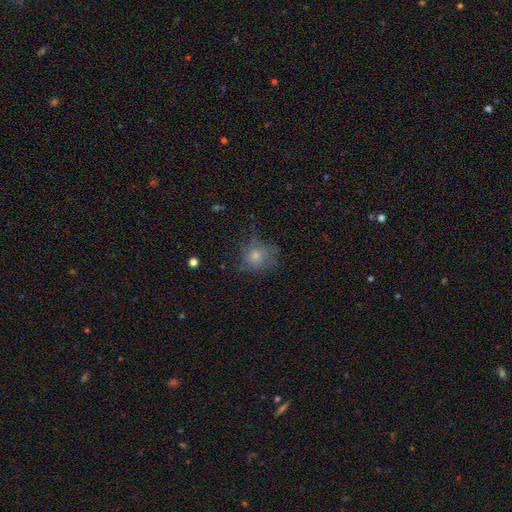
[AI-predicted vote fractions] Smooth or featured?
  - smooth: 61% *
  - featured or disk: 20%
  - star or artifact: 19%
How rounded?
  - round: 82% *
  - in between: 17%
  - cigar-shaped: 1%
Merging?
  - none: 64% *
  - minor disturbance: 22%
  - major disturbance: 13%
  - merger: 2%